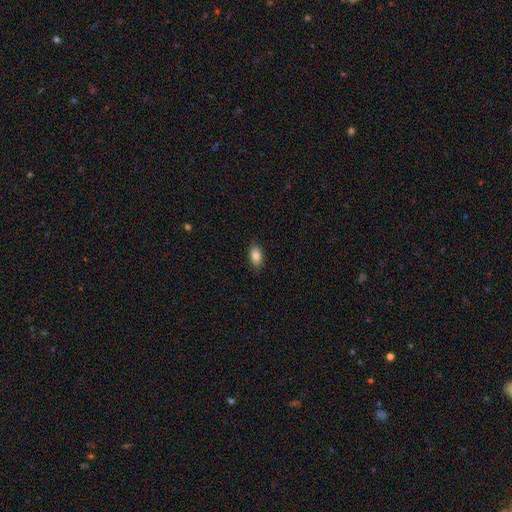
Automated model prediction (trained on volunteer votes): This appears to be a smooth galaxy with no disk features (85%) that is in between round and cigar-shaped (91%). Merging: none (88%).